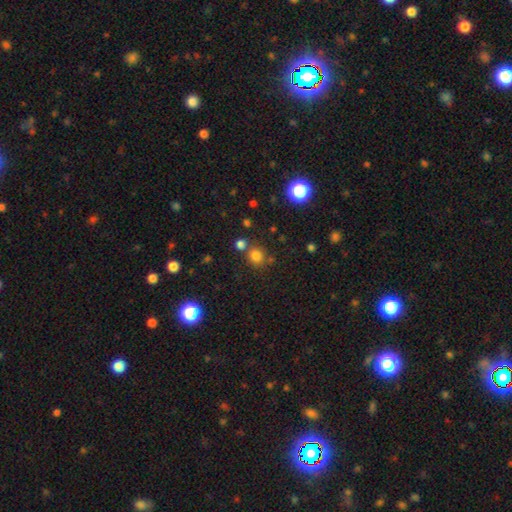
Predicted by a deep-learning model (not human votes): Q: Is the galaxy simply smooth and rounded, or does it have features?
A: smooth — 78%.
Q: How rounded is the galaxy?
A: round — 88%.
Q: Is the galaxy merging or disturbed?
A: none — 72%.